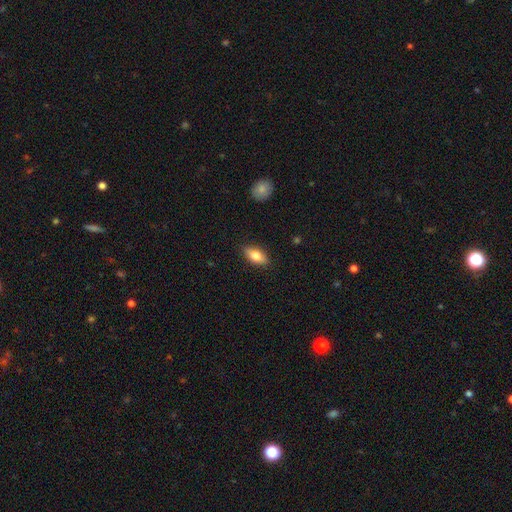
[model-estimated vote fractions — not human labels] Smooth or featured? smooth (75%)
How rounded? in between (84%)
Merging? none (87%)